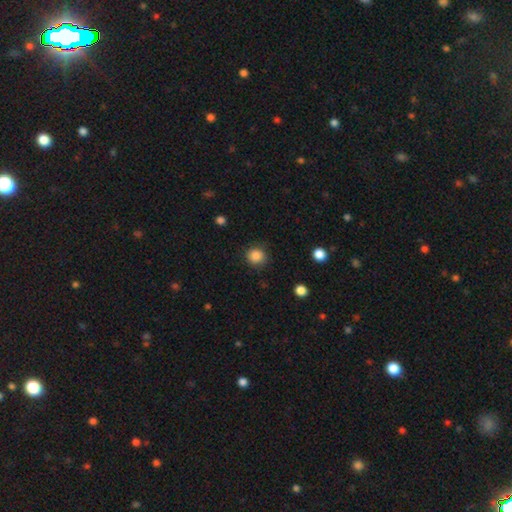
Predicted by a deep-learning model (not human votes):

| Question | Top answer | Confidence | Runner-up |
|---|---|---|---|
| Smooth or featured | smooth | 87% | star or artifact (10%) |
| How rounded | round | 90% | in between (9%) |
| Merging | none | 86% | minor disturbance (10%) |